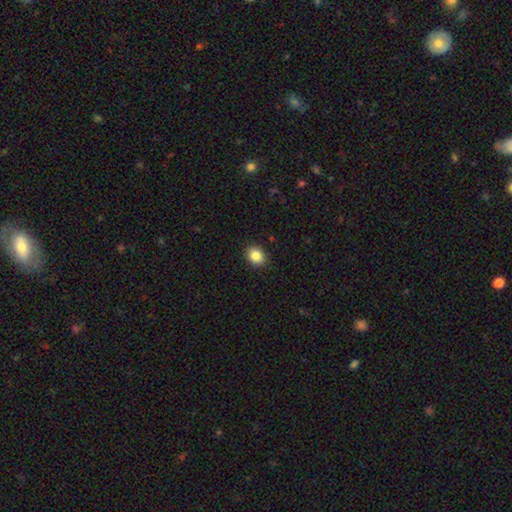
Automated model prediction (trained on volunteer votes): Smooth or featured? smooth (86%)
How rounded? in between (59%)
Merging? none (91%)